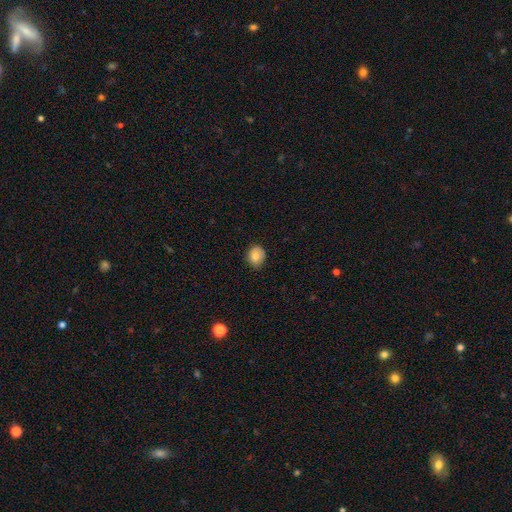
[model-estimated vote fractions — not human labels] smooth_or_featured: smooth (p=0.81) [alt: featured or disk p=0.10]
how_rounded: round (p=0.68) [alt: in between p=0.31]
merging: none (p=0.79) [alt: minor disturbance p=0.17]